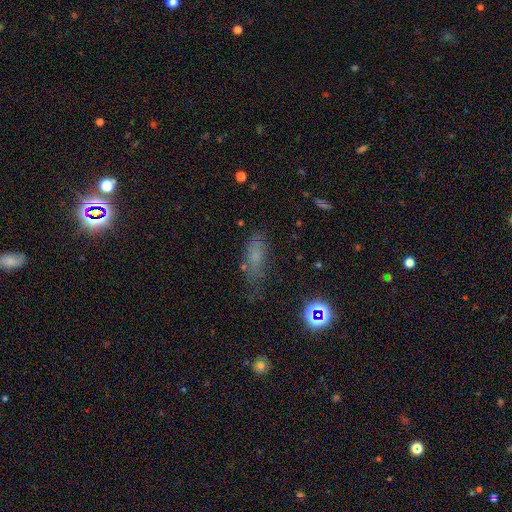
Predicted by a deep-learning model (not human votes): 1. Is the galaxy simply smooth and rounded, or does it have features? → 60% smooth, 22% star or artifact, 18% featured or disk.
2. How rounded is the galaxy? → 68% in between, 26% cigar-shaped, 6% round.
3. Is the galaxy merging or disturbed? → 55% none, 28% minor disturbance, 13% major disturbance, 4% merger.